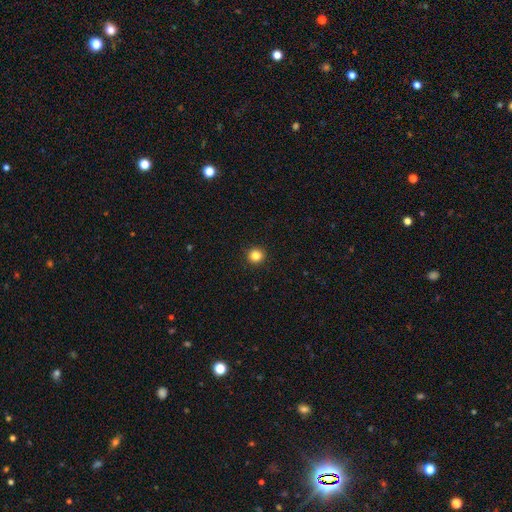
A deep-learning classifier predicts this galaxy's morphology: This appears to be a smooth galaxy with no disk features (84%) that is round (95%). Merging: none (94%).